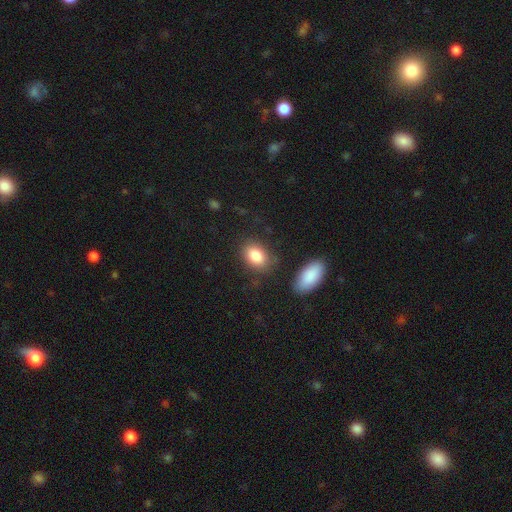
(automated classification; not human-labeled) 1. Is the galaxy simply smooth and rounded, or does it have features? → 86% smooth, 8% star or artifact, 7% featured or disk.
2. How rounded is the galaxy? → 81% in between, 18% round, 1% cigar-shaped.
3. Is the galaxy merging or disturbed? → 79% none, 13% minor disturbance, 4% merger, 4% major disturbance.